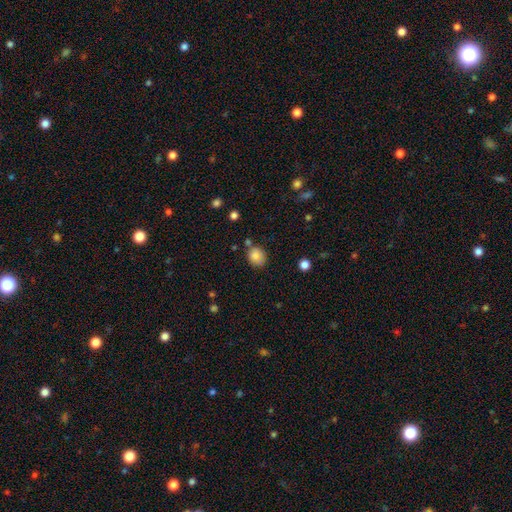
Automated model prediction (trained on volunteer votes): A smooth galaxy with no disk features (85%) that is round (78%). Merging: none (71%).